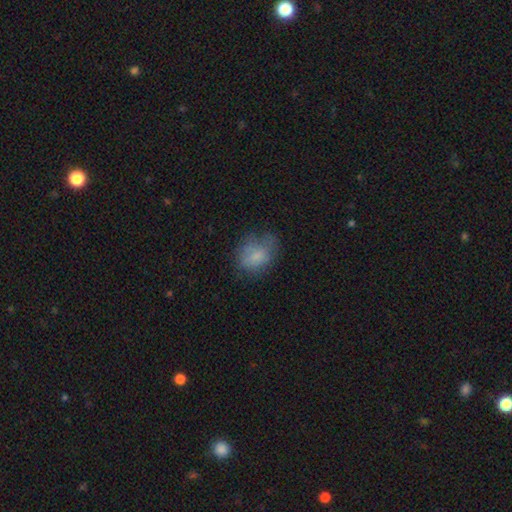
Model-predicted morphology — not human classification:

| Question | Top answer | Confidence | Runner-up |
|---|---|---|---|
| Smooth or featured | smooth | 74% | featured or disk (16%) |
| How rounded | in between | 61% | round (37%) |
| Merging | none | 50% | minor disturbance (30%) |